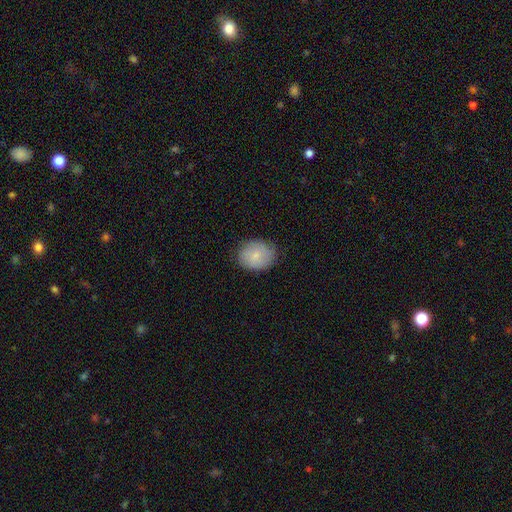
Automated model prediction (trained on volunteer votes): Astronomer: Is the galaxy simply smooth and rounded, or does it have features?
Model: smooth — 74%.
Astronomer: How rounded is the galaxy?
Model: round — 65%.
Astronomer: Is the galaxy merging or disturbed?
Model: none — 78%.